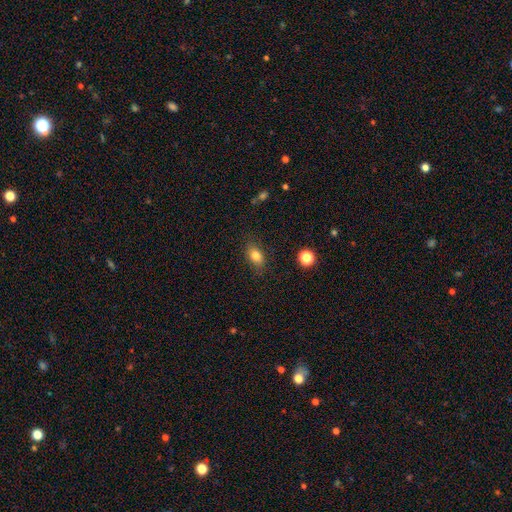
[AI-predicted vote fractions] The model was most divided on "how rounded": in between: 83%, round: 14%, cigar-shaped: 3%. More confident: merging — none (83%); smooth or featured — smooth (81%).